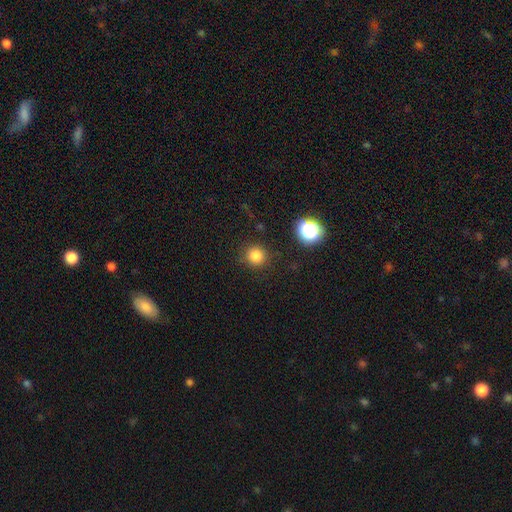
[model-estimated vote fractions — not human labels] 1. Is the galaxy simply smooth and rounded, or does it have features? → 81% smooth, 14% star or artifact, 4% featured or disk.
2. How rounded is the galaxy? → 93% round, 6% in between, 1% cigar-shaped.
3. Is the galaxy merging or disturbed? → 88% none, 7% minor disturbance, 3% major disturbance, 2% merger.